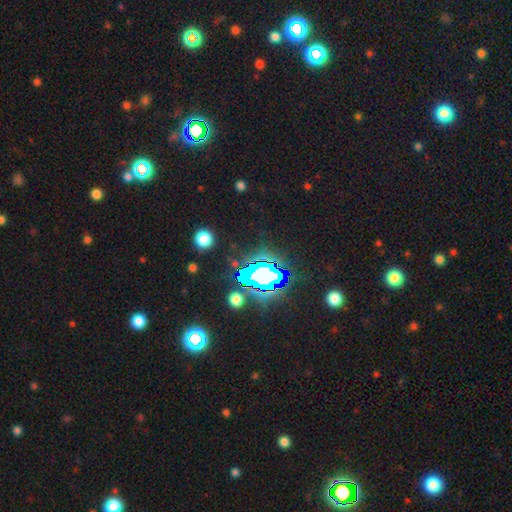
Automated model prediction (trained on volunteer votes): star or artifact 75%, smooth 14%, featured or disk 10%.